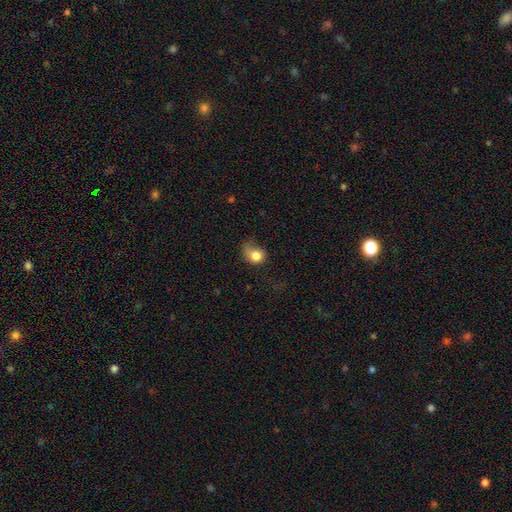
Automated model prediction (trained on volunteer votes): The model was most divided on "merging" (2-way tie): major disturbance: 33%, minor disturbance: 33%, none: 30%, merger: 3%. More confident: smooth or featured — smooth (79%); how rounded — round (59%).